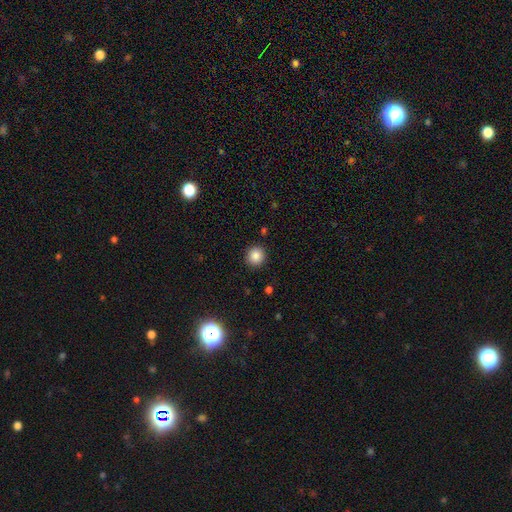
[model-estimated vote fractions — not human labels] smooth_or_featured: smooth (p=0.85) [alt: star or artifact p=0.10]
how_rounded: round (p=0.92) [alt: in between p=0.07]
merging: none (p=0.91) [alt: minor disturbance p=0.05]